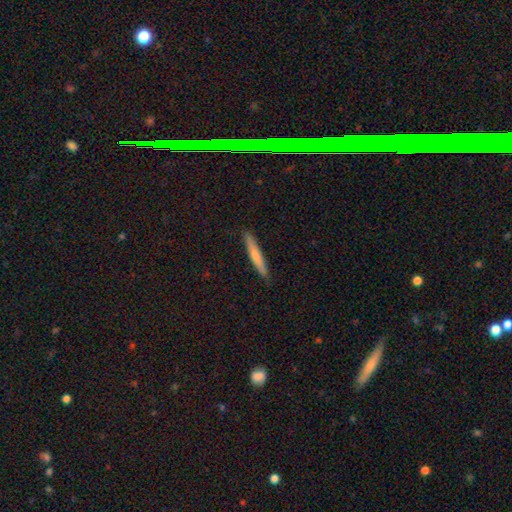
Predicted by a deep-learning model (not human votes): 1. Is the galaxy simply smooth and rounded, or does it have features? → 68% smooth, 26% featured or disk, 6% star or artifact.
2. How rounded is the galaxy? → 94% cigar-shaped, 4% in between, 1% round.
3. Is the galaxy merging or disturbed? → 90% none, 8% minor disturbance, 1% major disturbance, 1% merger.